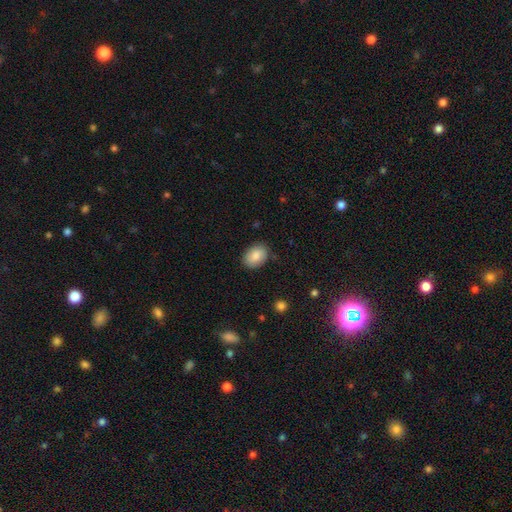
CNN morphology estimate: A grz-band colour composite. It shows a smooth galaxy with no disk features (84%) that is in between round and cigar-shaped (79%). Merging: none (86%).